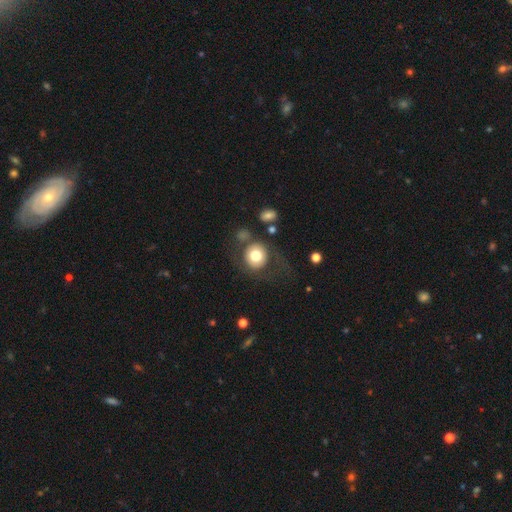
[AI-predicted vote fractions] Q: Smooth or featured?
A: smooth (74%); runner-up: featured or disk (18%)
Q: How rounded?
A: round (85%); runner-up: in between (14%)
Q: Merging?
A: none (60%); runner-up: major disturbance (19%)